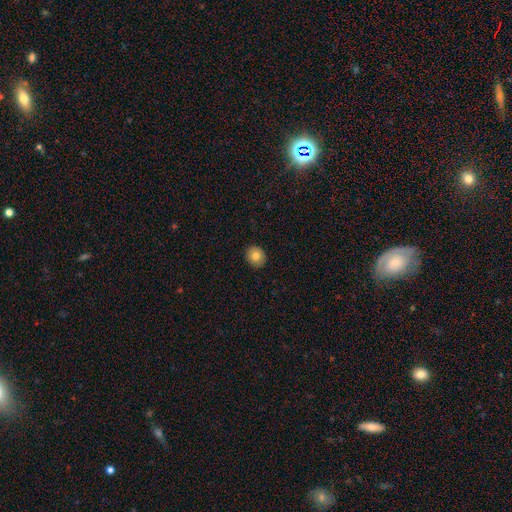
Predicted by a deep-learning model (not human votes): A smooth galaxy with no disk features (79%) that is round (71%).

Vote fractions:
- Smooth or featured? smooth: 79% / featured or disk: 12% / star or artifact: 9%
- How rounded? round: 71% / in between: 28% / cigar-shaped: 1%
- Merging? none: 91% / minor disturbance: 6% / major disturbance: 2% / merger: 1%